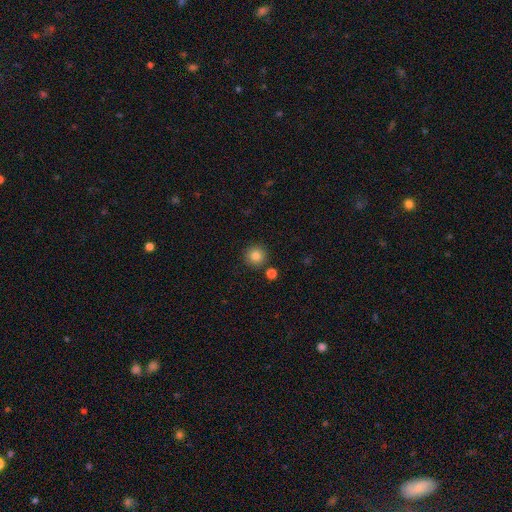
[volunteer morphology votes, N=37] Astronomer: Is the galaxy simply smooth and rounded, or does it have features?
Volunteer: smooth — 84%.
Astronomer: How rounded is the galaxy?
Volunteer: round — 100%.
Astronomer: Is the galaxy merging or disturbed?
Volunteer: none — 82%.